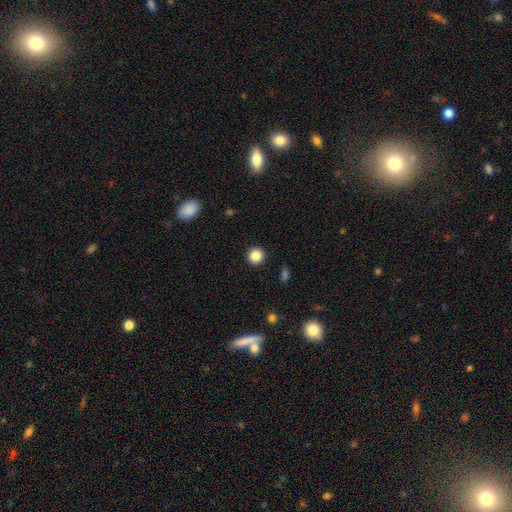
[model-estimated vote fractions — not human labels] Smooth or featured?
  - smooth: 86% *
  - star or artifact: 10%
  - featured or disk: 4%
How rounded?
  - round: 93% *
  - in between: 6%
  - cigar-shaped: 1%
Merging?
  - none: 92% *
  - minor disturbance: 5%
  - major disturbance: 2%
  - merger: 1%